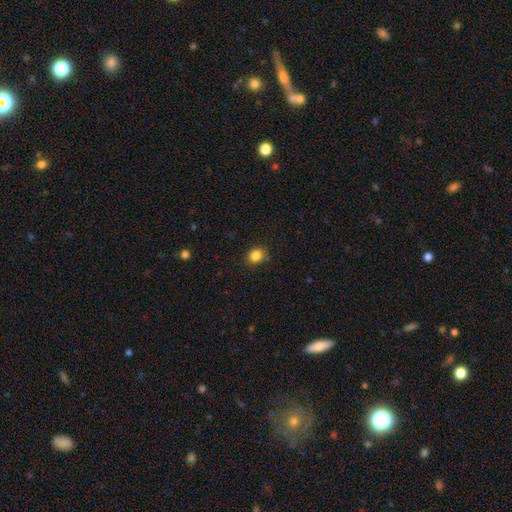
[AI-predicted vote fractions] This is clearly a smooth galaxy (84%). How rounded: likely round (67%). Merging: clearly none (84%).